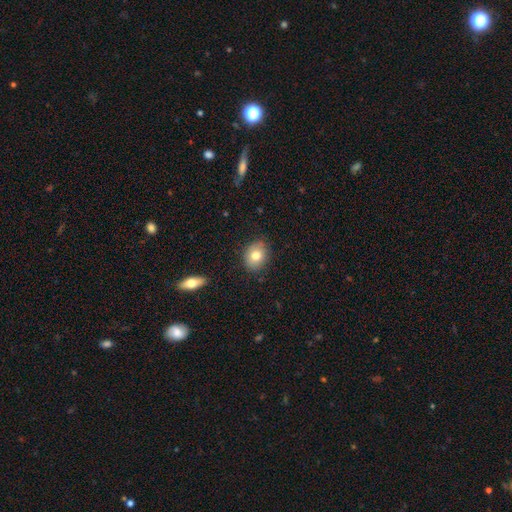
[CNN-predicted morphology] smooth_or_featured: smooth (p=0.78) [alt: featured or disk p=0.13]
how_rounded: round (p=0.50) [alt: in between p=0.49]
merging: none (p=0.84) [alt: minor disturbance p=0.12]